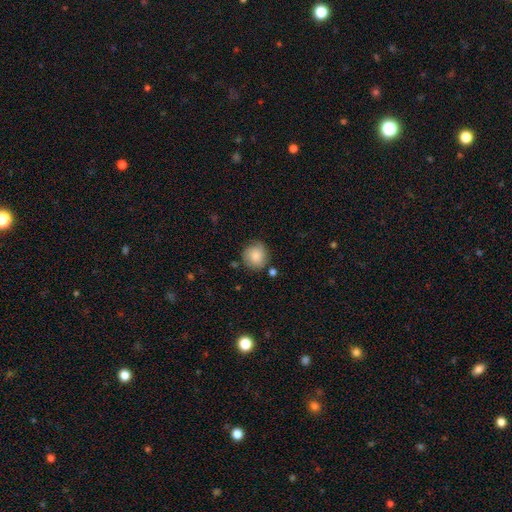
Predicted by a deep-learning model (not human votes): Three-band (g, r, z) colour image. It shows a smooth galaxy with no disk features (84%) that is round (87%). Merging: none (76%).